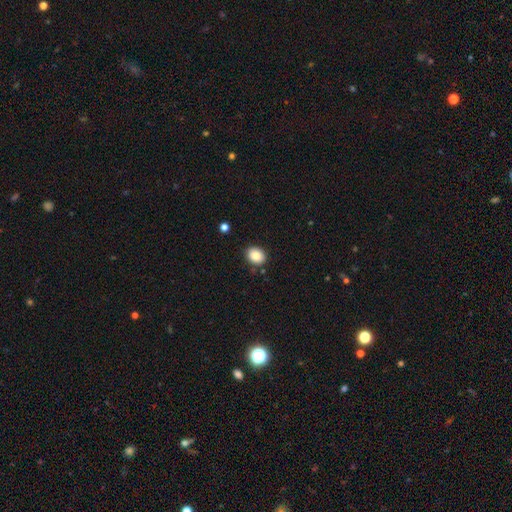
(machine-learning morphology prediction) Smooth or featured?
  - smooth: 86% *
  - star or artifact: 9%
  - featured or disk: 5%
How rounded?
  - in between: 57% *
  - round: 42%
  - cigar-shaped: 1%
Merging?
  - none: 86% *
  - minor disturbance: 10%
  - major disturbance: 2%
  - merger: 2%